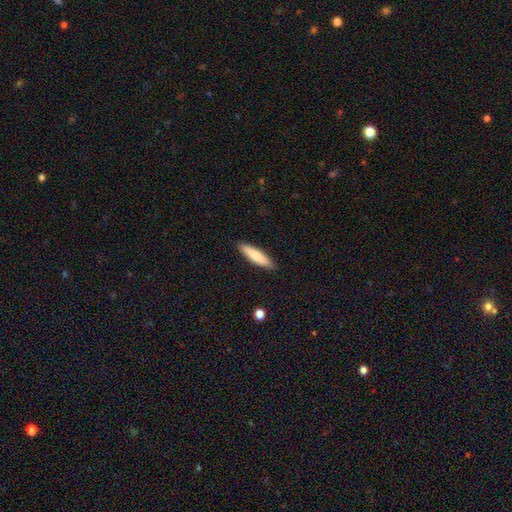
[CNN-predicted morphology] Smooth or featured?
  - smooth: 75% *
  - featured or disk: 20%
  - star or artifact: 5%
How rounded?
  - cigar-shaped: 76% *
  - in between: 23%
  - round: 1%
Merging?
  - none: 90% *
  - minor disturbance: 8%
  - major disturbance: 2%
  - merger: 1%